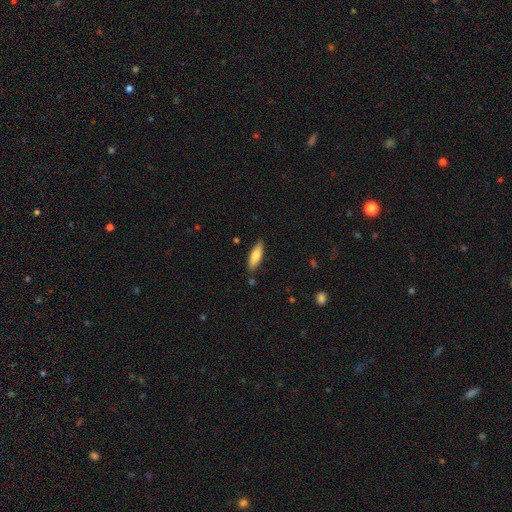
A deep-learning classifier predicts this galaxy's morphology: A smooth galaxy with no disk features (77%) that is cigar-shaped (51%).

Vote fractions:
- Smooth or featured? smooth: 77% / featured or disk: 17% / star or artifact: 6%
- How rounded? cigar-shaped: 51% / in between: 48% / round: 2%
- Merging? none: 85% / minor disturbance: 11% / merger: 2% / major disturbance: 2%